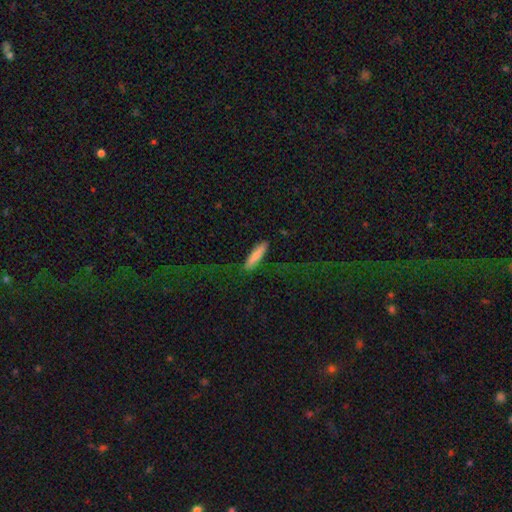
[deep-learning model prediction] Overall: smooth (80%). How rounded: cigar-shaped (81%). Merging: none (83%).